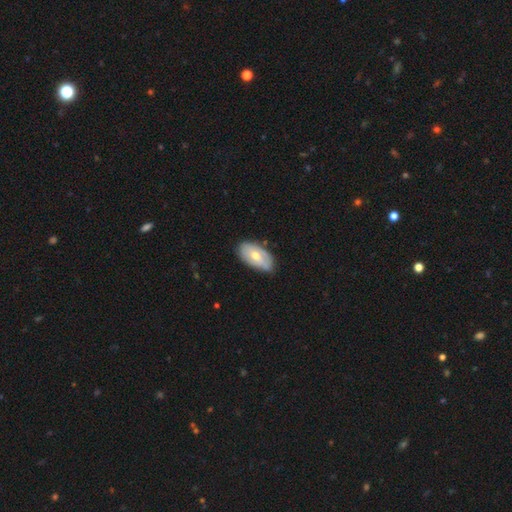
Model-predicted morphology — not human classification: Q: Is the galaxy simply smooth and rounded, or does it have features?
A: smooth — 52%.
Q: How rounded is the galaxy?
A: in between — 94%.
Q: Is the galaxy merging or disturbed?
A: none — 73%.